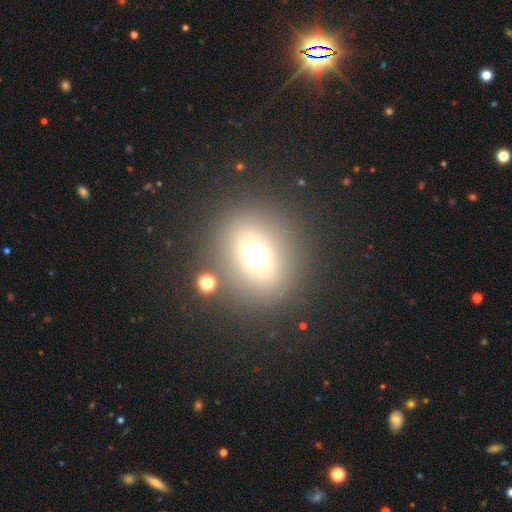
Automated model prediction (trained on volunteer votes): smooth_or_featured: smooth (p=0.63) [alt: star or artifact p=0.20]
how_rounded: round (p=0.73) [alt: in between p=0.26]
merging: none (p=0.83) [alt: minor disturbance p=0.08]